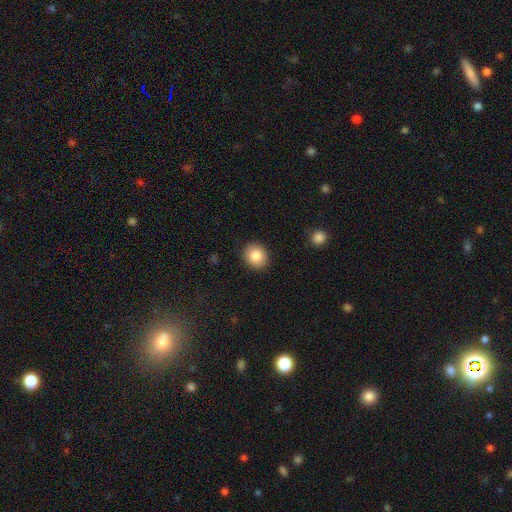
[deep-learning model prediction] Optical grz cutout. It shows a smooth galaxy with no disk features (83%) that is round (73%). Merging: none (90%).